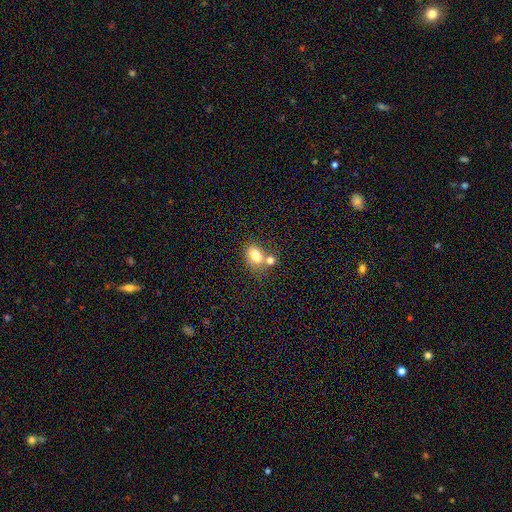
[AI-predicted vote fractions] This appears to be a smooth galaxy with no disk features (78%) that is in between round and cigar-shaped (70%). Merging: none (45%).